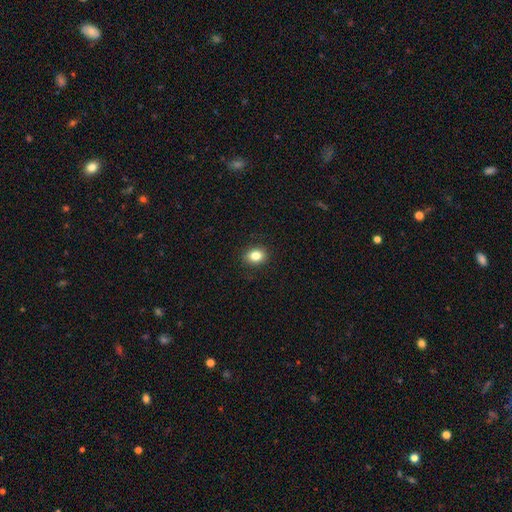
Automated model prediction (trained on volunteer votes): smooth-or-featured: smooth: 83% | star or artifact: 10% | featured or disk: 7%
  how-rounded: in between: 55% | round: 44% | cigar-shaped: 1%
  merging: none: 89% | minor disturbance: 8% | major disturbance: 2% | merger: 1%